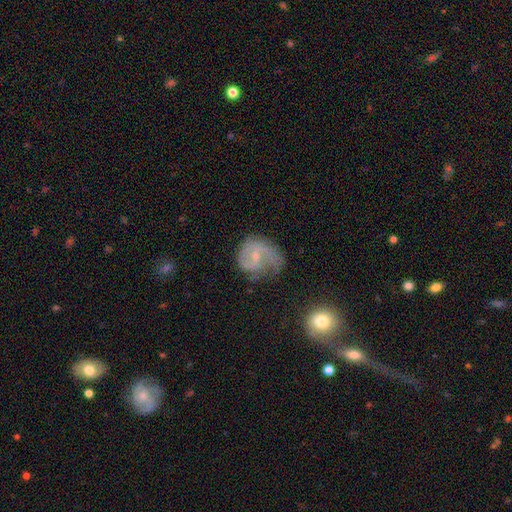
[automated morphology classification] This appears to be a featured or disk galaxy (70%) with no bar (53%), 2 (43%) medium (43%) spiral arms (87%) and a small central bulge (70%). Merging: none (38%).